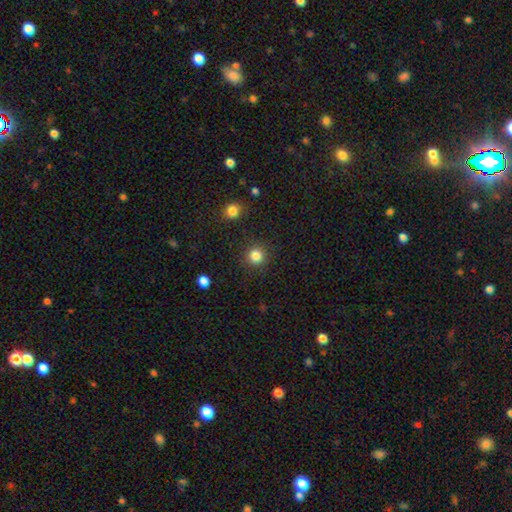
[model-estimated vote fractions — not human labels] This is clearly a smooth galaxy (85%). How rounded: clearly round (93%). Merging: clearly none (90%).